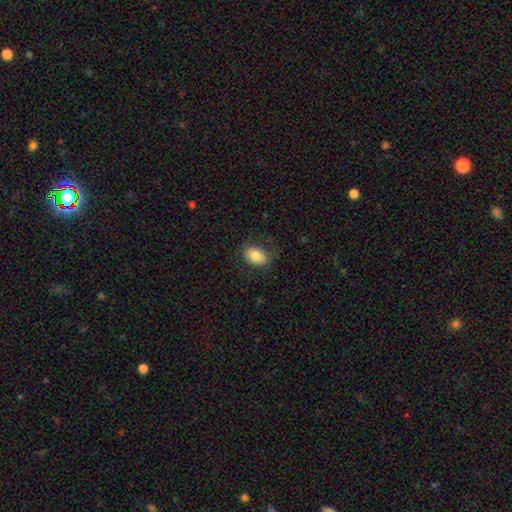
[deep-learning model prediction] This is clearly a smooth galaxy (81%). How rounded: likely in between (78%). Merging: likely none (76%).